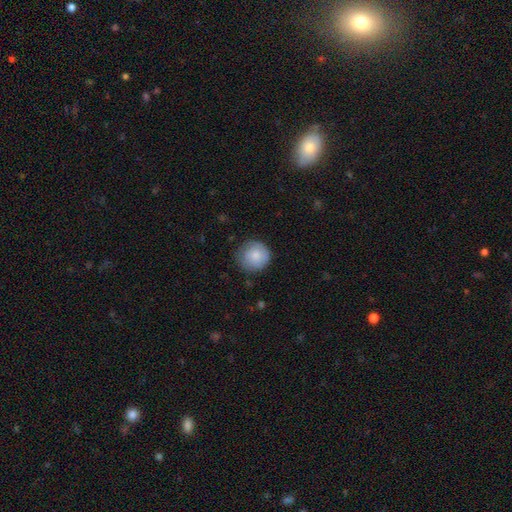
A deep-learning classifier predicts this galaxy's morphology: smooth 80%, featured or disk 13%, star or artifact 7%. Down the decision tree: how rounded — round (92%); merging — none (76%).